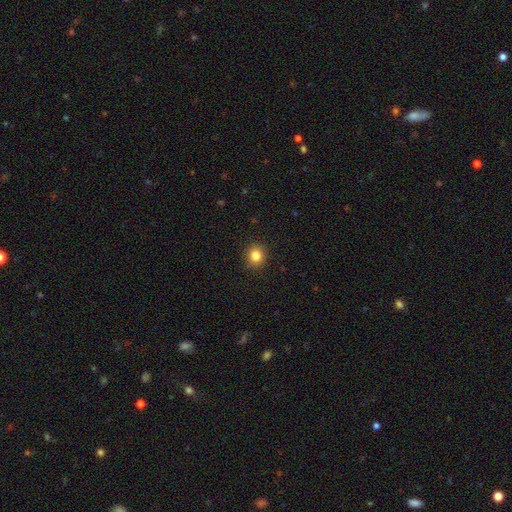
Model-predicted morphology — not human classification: A smooth galaxy with no disk features (84%) that is round (82%).

Vote fractions:
- Smooth or featured? smooth: 84% / star or artifact: 11% / featured or disk: 5%
- How rounded? round: 82% / in between: 17% / cigar-shaped: 1%
- Merging? none: 90% / minor disturbance: 7% / major disturbance: 2% / merger: 1%